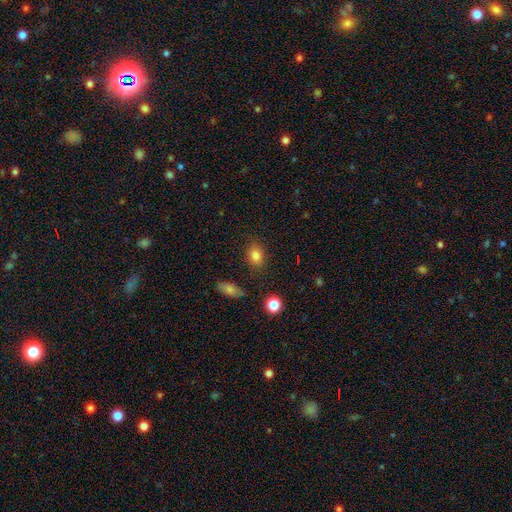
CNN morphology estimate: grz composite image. It shows a smooth galaxy with no disk features (82%) that is in between round and cigar-shaped (61%). Merging: none (83%).